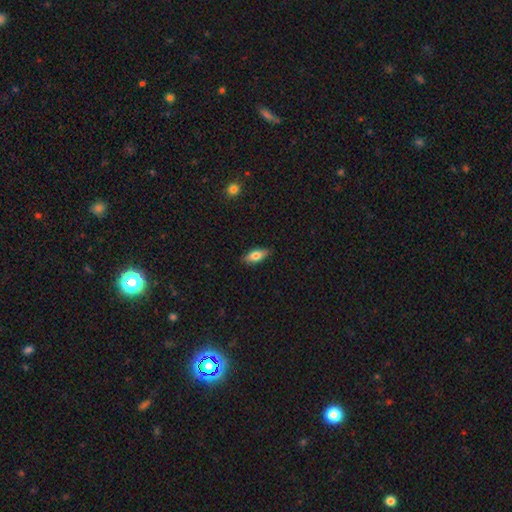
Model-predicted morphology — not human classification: Q: Smooth or featured?
A: smooth (73%); runner-up: featured or disk (20%)
Q: How rounded?
A: in between (78%); runner-up: cigar-shaped (19%)
Q: Merging?
A: none (86%); runner-up: minor disturbance (11%)